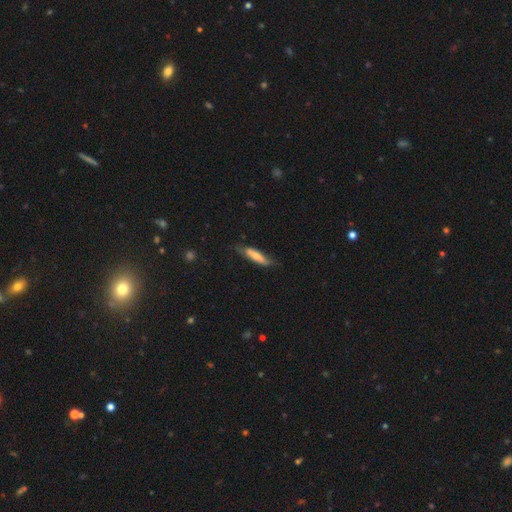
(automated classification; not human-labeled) smooth 58%, featured or disk 36%, star or artifact 6%. Down the decision tree: how rounded — cigar-shaped (72%); merging — none (67%).